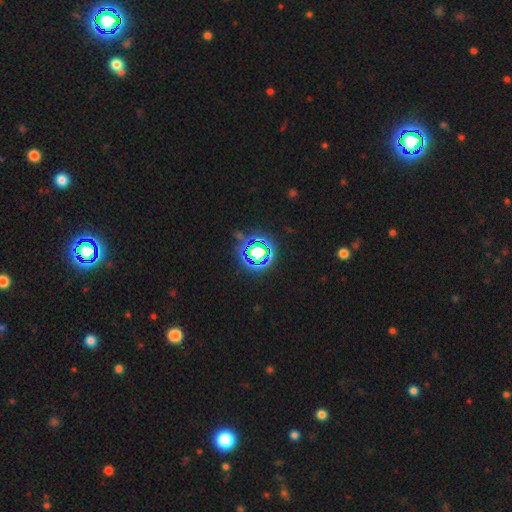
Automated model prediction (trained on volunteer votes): This appears to be a star or artifact, not a galaxy (74%).